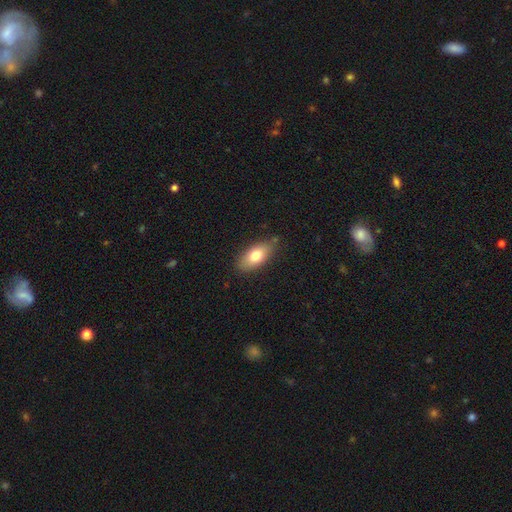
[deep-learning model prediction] This is likely a smooth galaxy (75%). How rounded: clearly in between (87%). Merging: likely none (80%).